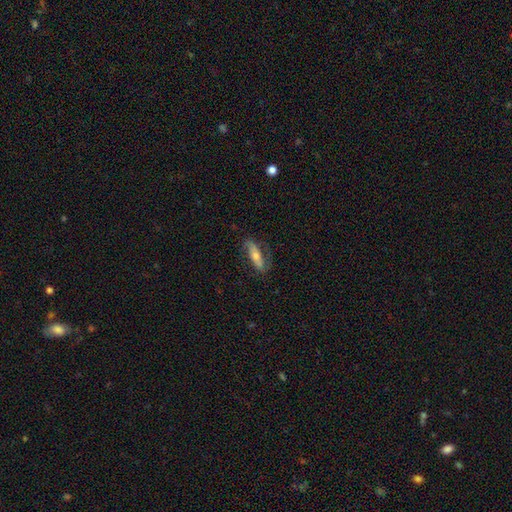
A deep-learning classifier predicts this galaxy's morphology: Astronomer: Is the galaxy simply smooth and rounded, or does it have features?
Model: featured or disk — 59%.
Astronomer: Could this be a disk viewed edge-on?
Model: no — 68%.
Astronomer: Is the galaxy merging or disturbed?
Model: none — 72%.